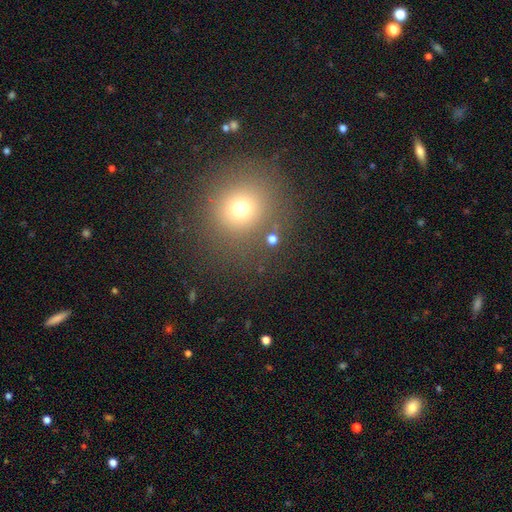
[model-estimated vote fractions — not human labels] A smooth galaxy with no disk features (62%) that is round (92%). Merging: none (86%).